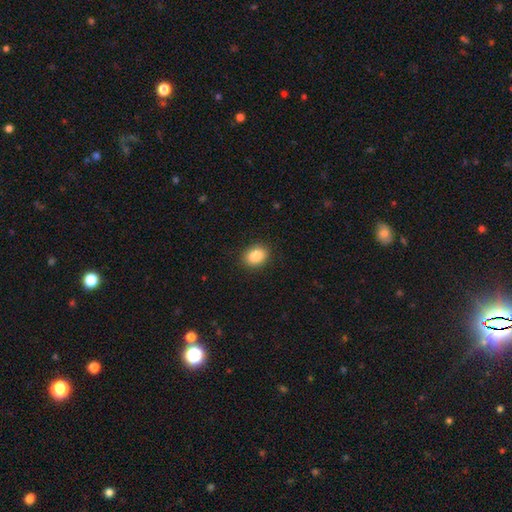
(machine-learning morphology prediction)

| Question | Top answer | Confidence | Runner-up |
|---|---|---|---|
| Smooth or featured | smooth | 86% | star or artifact (9%) |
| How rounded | in between | 58% | round (41%) |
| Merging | none | 90% | minor disturbance (7%) |